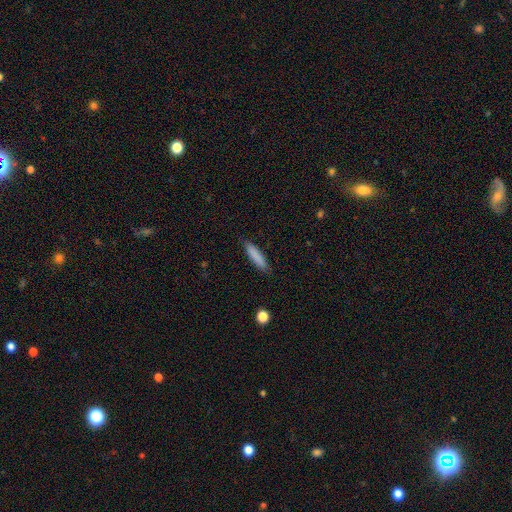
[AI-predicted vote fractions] A smooth galaxy with no disk features (85%) that is cigar-shaped (79%).

Vote fractions:
- Smooth or featured? smooth: 85% / featured or disk: 8% / star or artifact: 7%
- How rounded? cigar-shaped: 79% / in between: 20% / round: 1%
- Merging? none: 85% / minor disturbance: 11% / major disturbance: 2% / merger: 1%